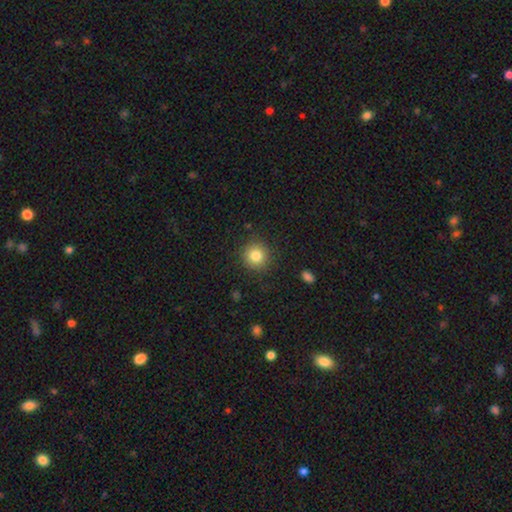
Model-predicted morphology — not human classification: Smooth or featured? smooth (82%)
How rounded? round (93%)
Merging? none (88%)